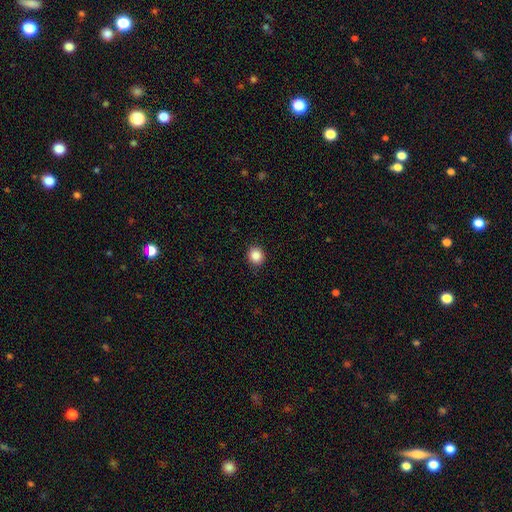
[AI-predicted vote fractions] A smooth galaxy with no disk features (87%) that is round (84%).

Vote fractions:
- Smooth or featured? smooth: 87% / star or artifact: 10% / featured or disk: 3%
- How rounded? round: 84% / in between: 15% / cigar-shaped: 1%
- Merging? none: 90% / minor disturbance: 7% / major disturbance: 2% / merger: 1%